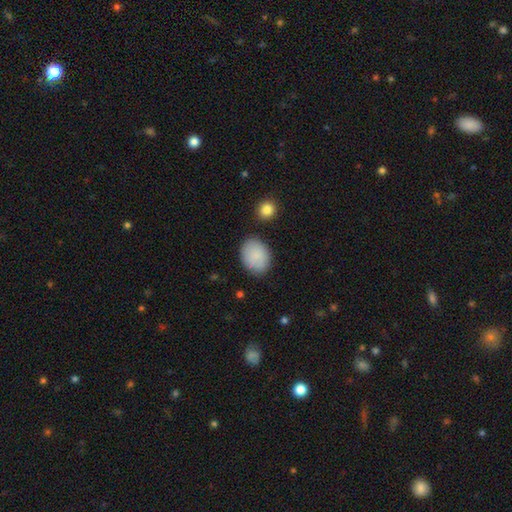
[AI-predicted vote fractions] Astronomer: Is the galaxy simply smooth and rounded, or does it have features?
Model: smooth — 86%.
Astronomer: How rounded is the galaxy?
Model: in between — 70%.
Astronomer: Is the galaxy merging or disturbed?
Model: none — 76%.